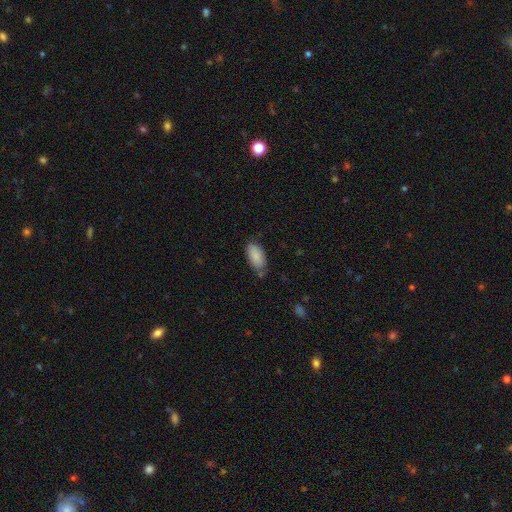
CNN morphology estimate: smooth_or_featured: smooth (p=0.87) [alt: star or artifact p=0.07]
how_rounded: in between (p=0.92) [alt: cigar-shaped p=0.06]
merging: none (p=0.67) [alt: minor disturbance p=0.22]